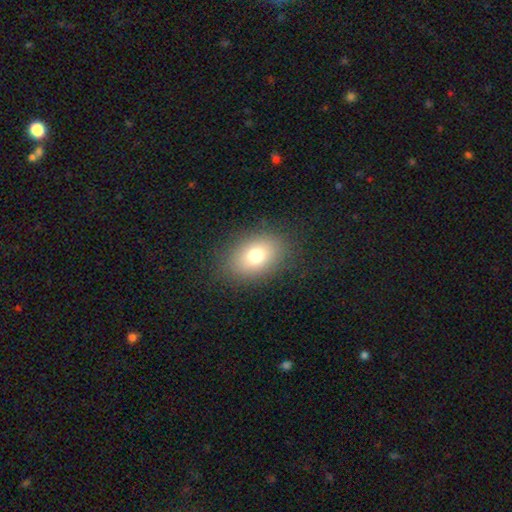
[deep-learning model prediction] This is likely a smooth galaxy (75%). How rounded: likely in between (73%). Merging: clearly none (85%).